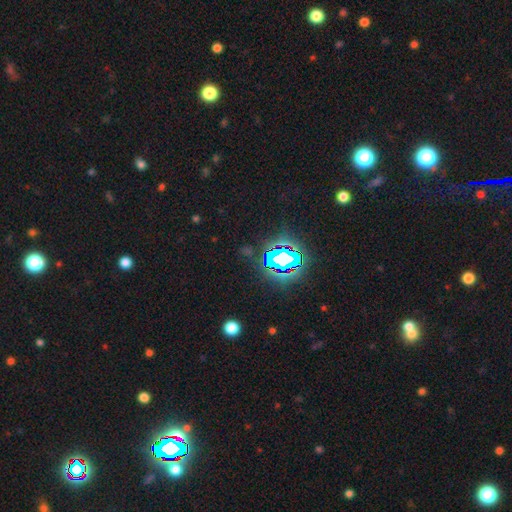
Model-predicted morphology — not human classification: star or artifact 83%, smooth 11%, featured or disk 7%.